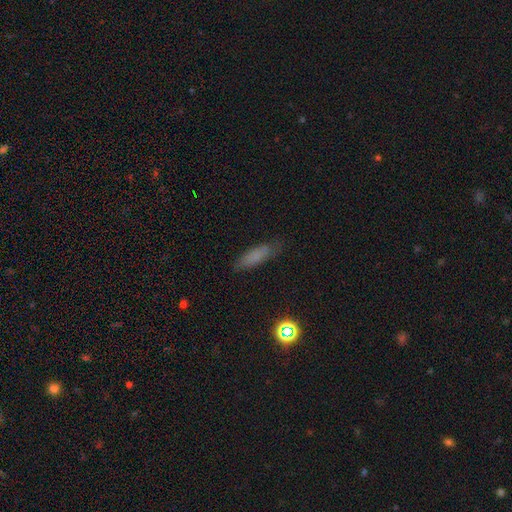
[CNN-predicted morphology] This is likely a smooth galaxy (76%). How rounded: likely cigar-shaped (61%). Merging: clearly none (80%).